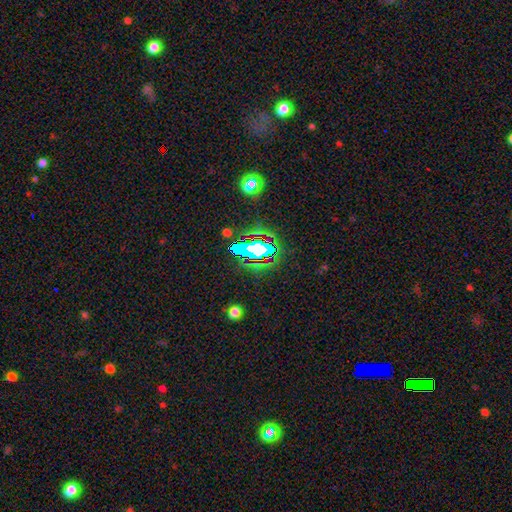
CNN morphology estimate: A star or artifact, not a galaxy (54%).

Vote fractions:
- Smooth or featured? star or artifact: 54% / smooth: 28% / featured or disk: 17%